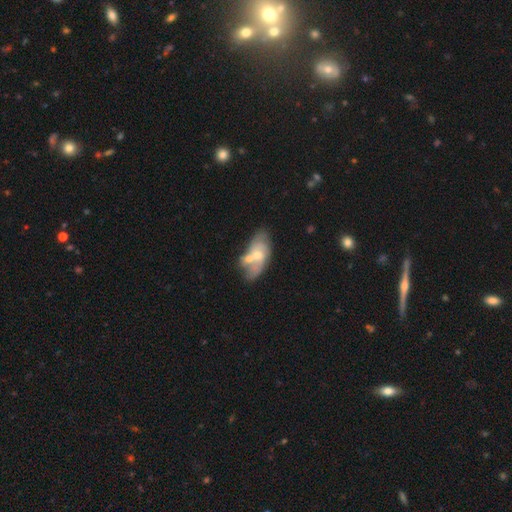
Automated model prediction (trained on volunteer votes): Smooth or featured? Predicted: featured or disk (p=0.53). Edge-on disk? Predicted: no (p=0.93). Merging? Predicted: merger (p=0.46).